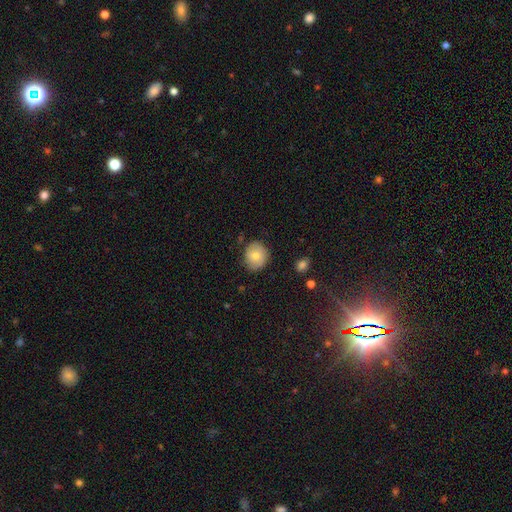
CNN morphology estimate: type=smooth (76%); roundness=round (75%); merging=none (78%).